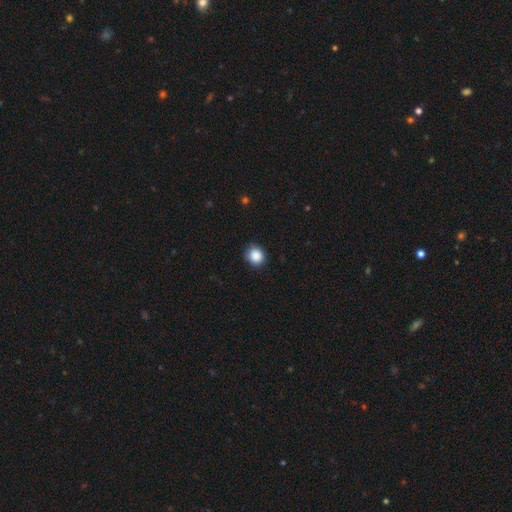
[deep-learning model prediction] Smooth or featured? Predicted: smooth (p=0.87). How rounded? Predicted: round (p=0.78). Merging? Predicted: none (p=0.82).